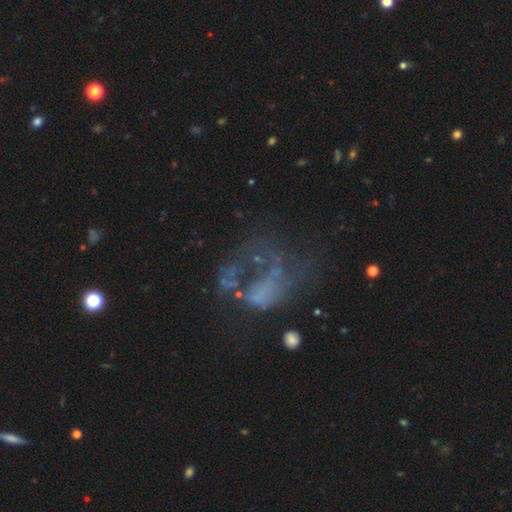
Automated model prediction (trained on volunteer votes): featured or disk 56%, star or artifact 24%, smooth 20%. Down the decision tree: edge-on disk — no (98%); bar — no (89%); spiral arms — no (81%); bulge size — none (78%); merging — major disturbance (47%).